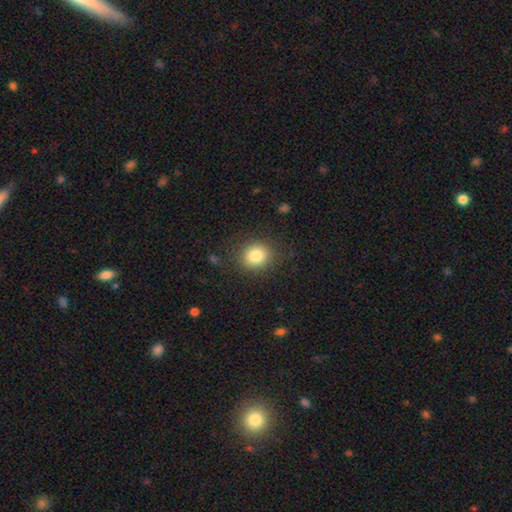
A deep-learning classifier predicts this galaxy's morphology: Overall: smooth (83%). How rounded: round (77%). Merging: none (85%).